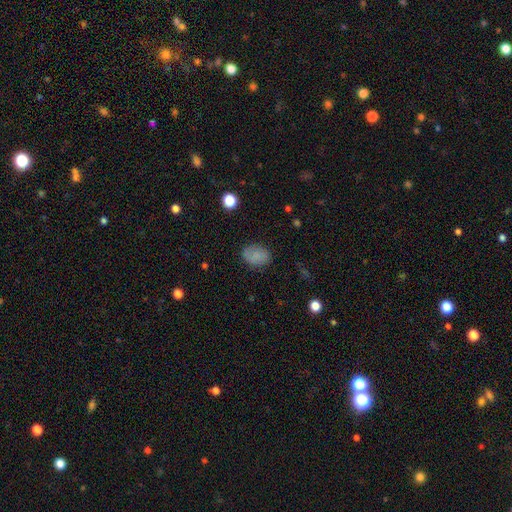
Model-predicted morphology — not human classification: This is likely a smooth galaxy (80%). How rounded: likely in between (74%). Merging: clearly none (81%).